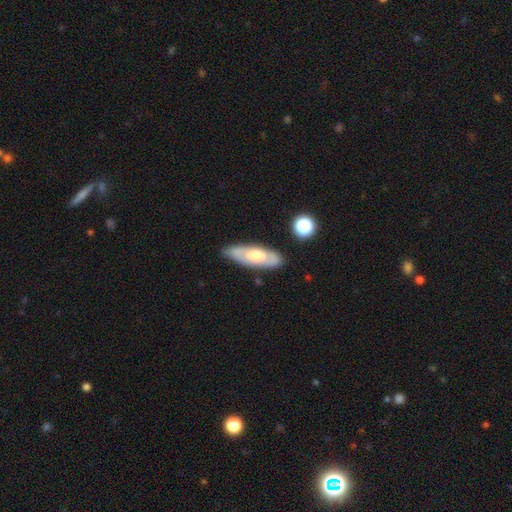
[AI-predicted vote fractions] featured or disk 54%, smooth 39%, star or artifact 7%. Down the decision tree: edge-on disk — no (70%); merging — none (80%).